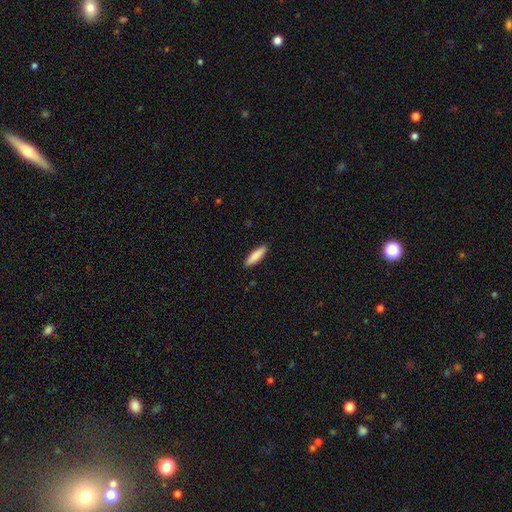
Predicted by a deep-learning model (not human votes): smooth-or-featured: smooth: 83% | featured or disk: 12% | star or artifact: 5%
  how-rounded: cigar-shaped: 71% | in between: 27% | round: 1%
  merging: none: 91% | minor disturbance: 7% | major disturbance: 2% | merger: 1%